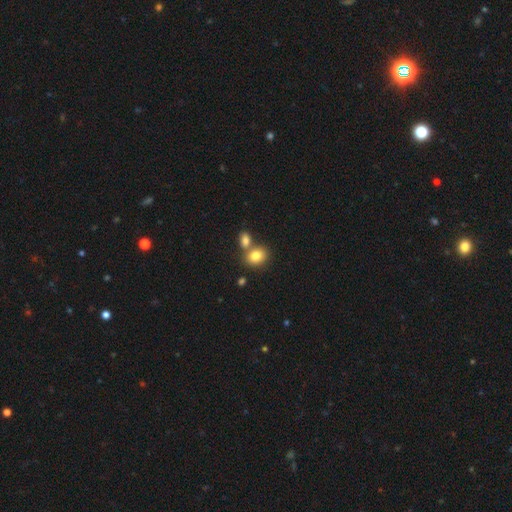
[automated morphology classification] Smooth or featured: smooth — 81% (star or artifact — 10%)
How rounded: in between — 57% (round — 42%)
Merging: none — 50% (merger — 39%)